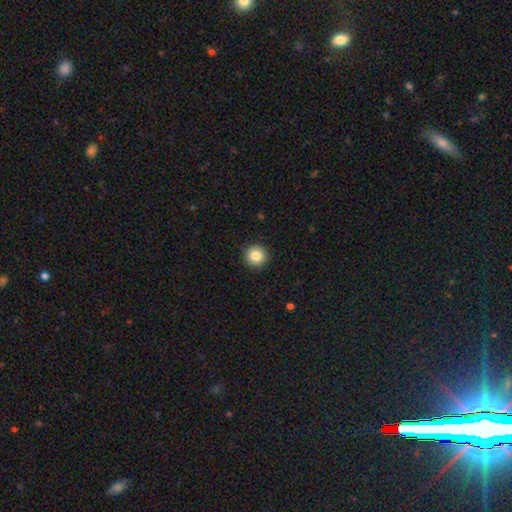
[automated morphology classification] A smooth galaxy with no disk features (84%) that is round (95%).

Vote fractions:
- Smooth or featured? smooth: 84% / star or artifact: 10% / featured or disk: 6%
- How rounded? round: 95% / in between: 4% / cigar-shaped: 1%
- Merging? none: 92% / minor disturbance: 5% / major disturbance: 2% / merger: 1%